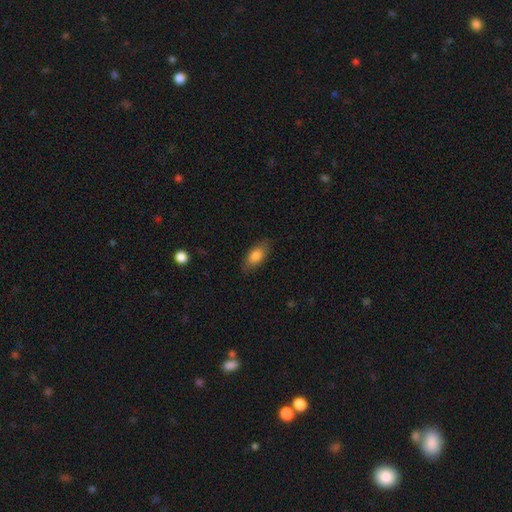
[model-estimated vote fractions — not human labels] A smooth galaxy with no disk features (81%) that is in between round and cigar-shaped (86%). Merging: none (82%).